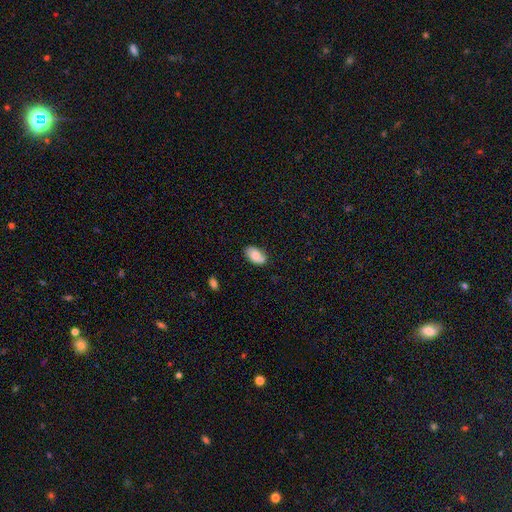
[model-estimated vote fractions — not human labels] Smooth or featured? smooth (68%)
How rounded? in between (92%)
Merging? none (75%)